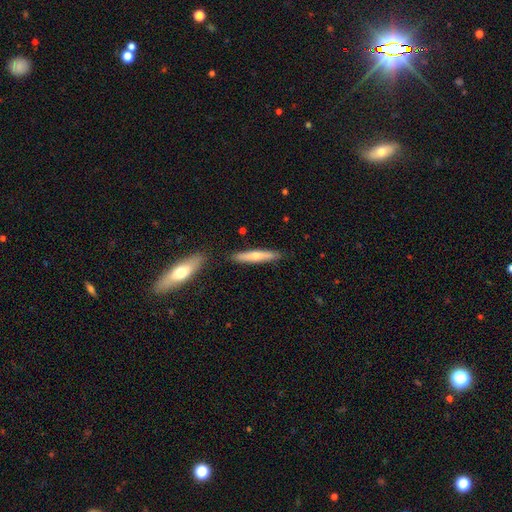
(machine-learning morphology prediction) smooth 53%, featured or disk 42%, star or artifact 6%. Down the decision tree: how rounded — cigar-shaped (89%); merging — none (85%).